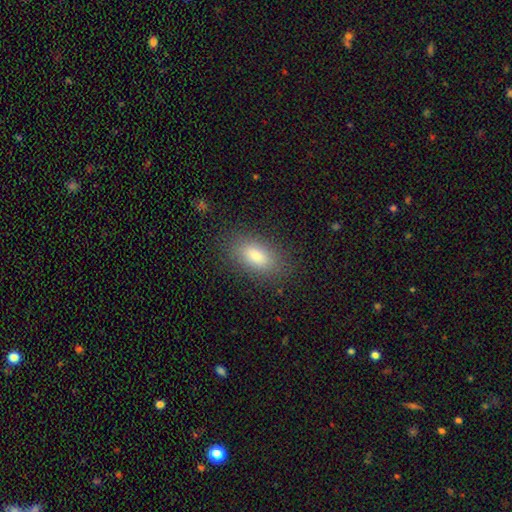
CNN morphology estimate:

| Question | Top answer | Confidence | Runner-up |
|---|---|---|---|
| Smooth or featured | smooth | 83% | featured or disk (9%) |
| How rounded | in between | 87% | cigar-shaped (9%) |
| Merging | none | 86% | minor disturbance (10%) |